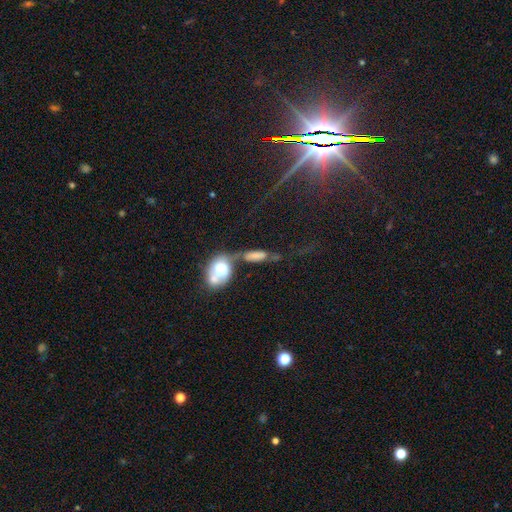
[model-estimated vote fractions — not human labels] smooth-or-featured: smooth: 57% | featured or disk: 31% | star or artifact: 12%
  how-rounded: in between: 65% | cigar-shaped: 25% | round: 10%
  merging: merger: 54% | none: 20% | major disturbance: 14% | minor disturbance: 12%